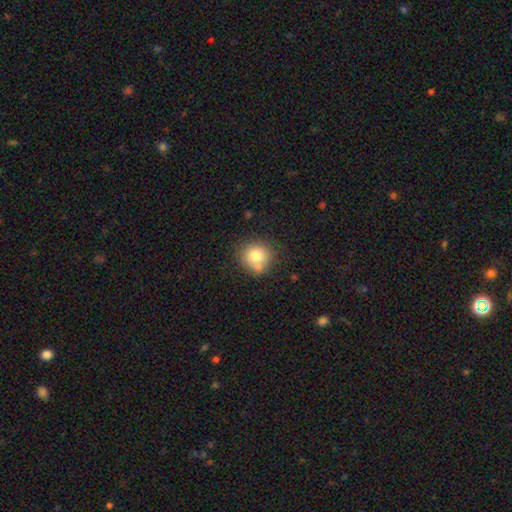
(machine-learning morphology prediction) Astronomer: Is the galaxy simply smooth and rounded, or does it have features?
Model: smooth — 76%.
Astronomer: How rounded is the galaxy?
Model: round — 84%.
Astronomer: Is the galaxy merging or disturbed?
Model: none — 61%.